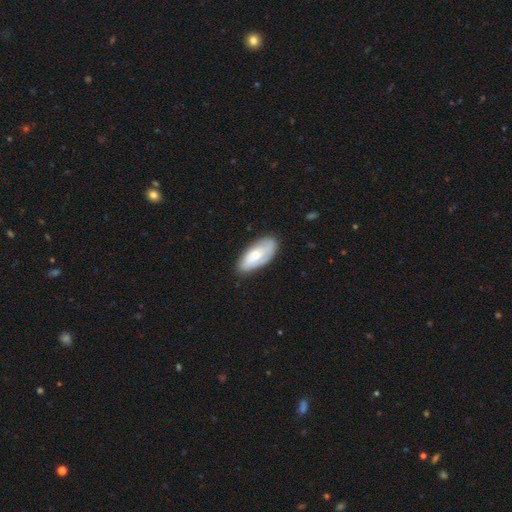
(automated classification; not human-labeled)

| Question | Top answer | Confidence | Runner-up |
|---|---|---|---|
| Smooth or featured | smooth | 56% | featured or disk (38%) |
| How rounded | in between | 88% | cigar-shaped (10%) |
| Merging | none | 75% | minor disturbance (19%) |